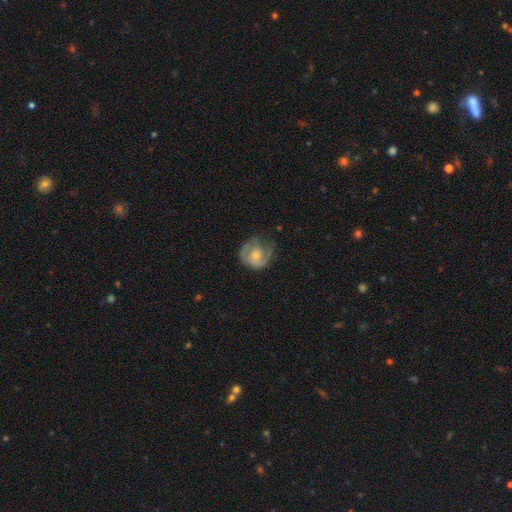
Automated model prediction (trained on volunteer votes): Q: Smooth or featured?
A: featured or disk (61%); runner-up: smooth (32%)
Q: Edge-on disk?
A: no (98%); runner-up: yes (2%)
Q: Bar?
A: no (71%); runner-up: weak (25%)
Q: Spiral arms?
A: yes (82%); runner-up: no (18%)
Q: Bulge size?
A: moderate (44%); runner-up: small (43%)
Q: Merging?
A: none (52%); runner-up: minor disturbance (26%)